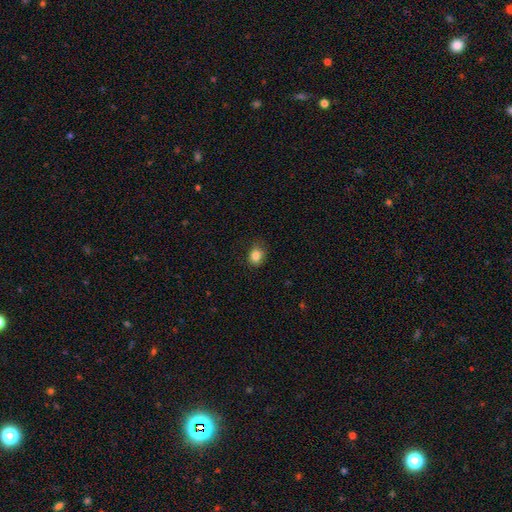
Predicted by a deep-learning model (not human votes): Q: Smooth or featured?
A: smooth (85%); runner-up: star or artifact (10%)
Q: How rounded?
A: round (58%); runner-up: in between (42%)
Q: Merging?
A: none (78%); runner-up: minor disturbance (17%)